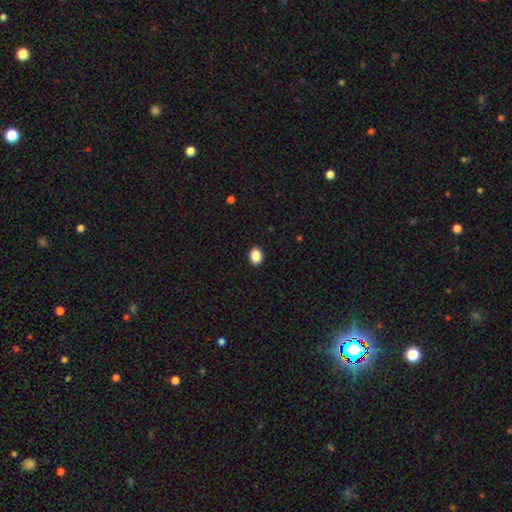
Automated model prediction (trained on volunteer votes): smooth-or-featured: smooth: 88% | star or artifact: 9% | featured or disk: 3%
  how-rounded: in between: 69% | round: 29% | cigar-shaped: 1%
  merging: none: 91% | minor disturbance: 6% | major disturbance: 2% | merger: 1%